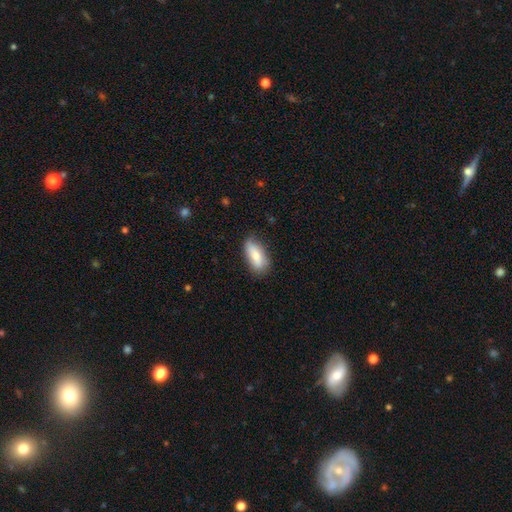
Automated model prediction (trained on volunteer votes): This is likely a smooth galaxy (79%). How rounded: clearly in between (83%). Merging: likely none (75%).